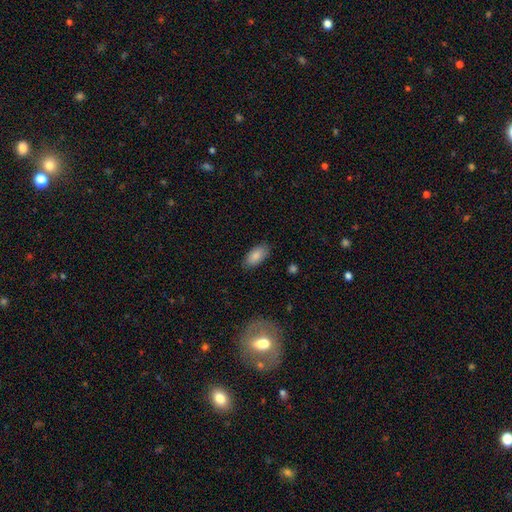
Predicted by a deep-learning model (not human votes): smooth-or-featured: smooth: 85% | featured or disk: 8% | star or artifact: 6%
  how-rounded: in between: 93% | cigar-shaped: 5% | round: 2%
  merging: none: 84% | minor disturbance: 12% | major disturbance: 3% | merger: 1%